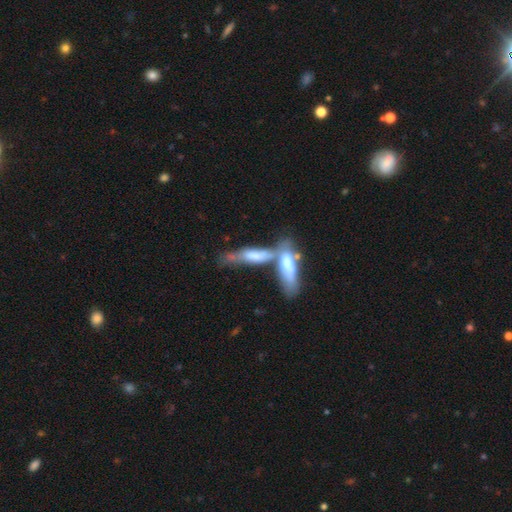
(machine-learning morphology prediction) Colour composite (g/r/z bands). It shows a smooth galaxy with no disk features (58%) that is cigar-shaped (60%). Merging: merger (62%).